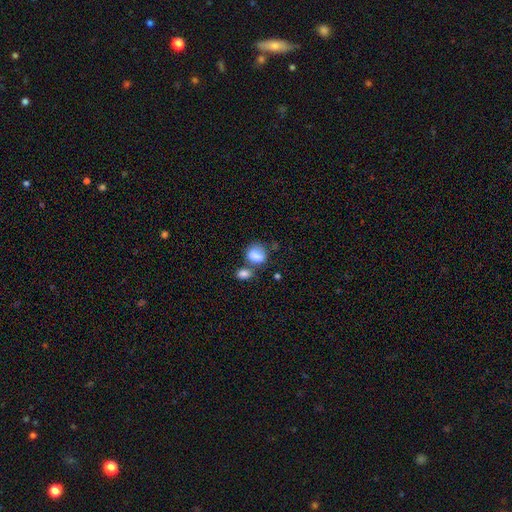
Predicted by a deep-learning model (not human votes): This appears to be a smooth galaxy with no disk features (80%) that is in between round and cigar-shaped (57%). Merging: none (41%).